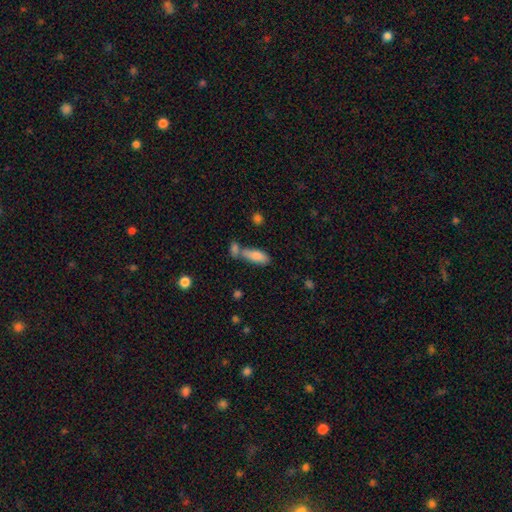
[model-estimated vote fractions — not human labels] Smooth or featured? Predicted: smooth (p=0.84). How rounded? Predicted: in between (p=0.73). Merging? Predicted: none (p=0.45).